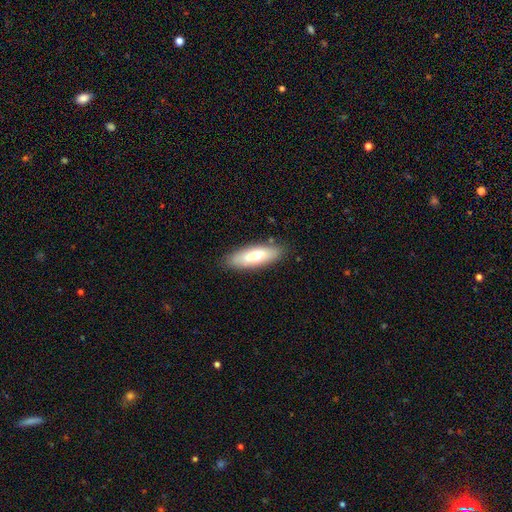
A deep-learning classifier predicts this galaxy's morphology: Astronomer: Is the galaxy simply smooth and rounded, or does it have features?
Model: smooth — 71%.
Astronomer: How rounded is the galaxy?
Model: in between — 56% (runner-up: cigar-shaped, 43%).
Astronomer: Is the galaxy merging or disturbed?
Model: none — 85%.